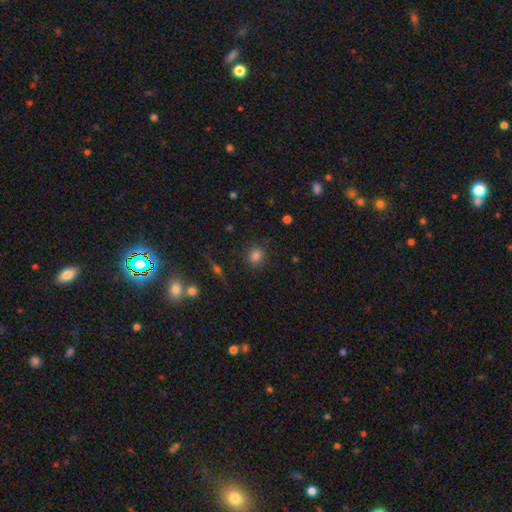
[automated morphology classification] The model was most divided on "how rounded": round: 78%, in between: 21%, cigar-shaped: 1%. More confident: merging — none (86%); smooth or featured — smooth (80%).